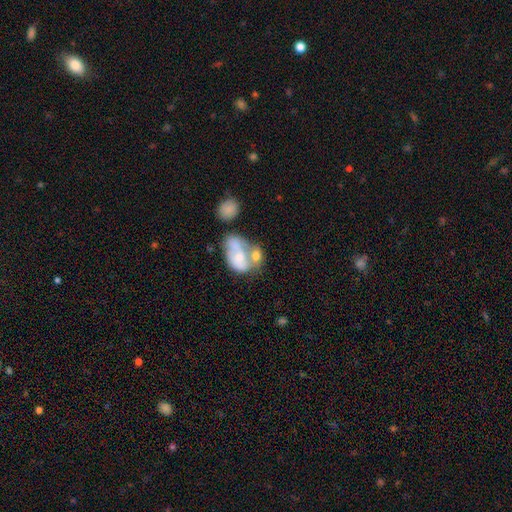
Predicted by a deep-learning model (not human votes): This appears to be a smooth galaxy with no disk features (53%) that is in between round and cigar-shaped (79%). Merging: merger (57%).